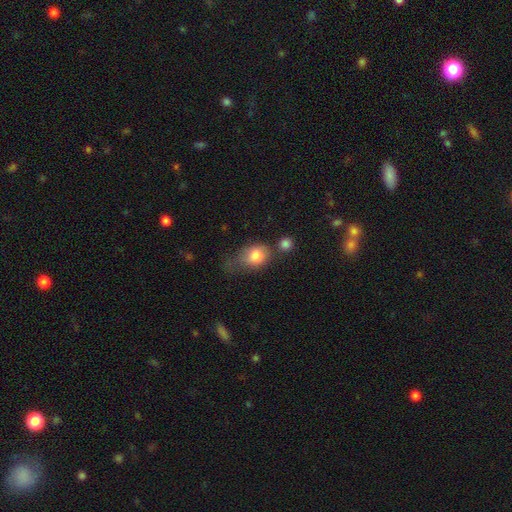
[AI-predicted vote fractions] This appears to be a smooth galaxy with no disk features (81%) that is in between round and cigar-shaped (61%). Merging: none (35%).